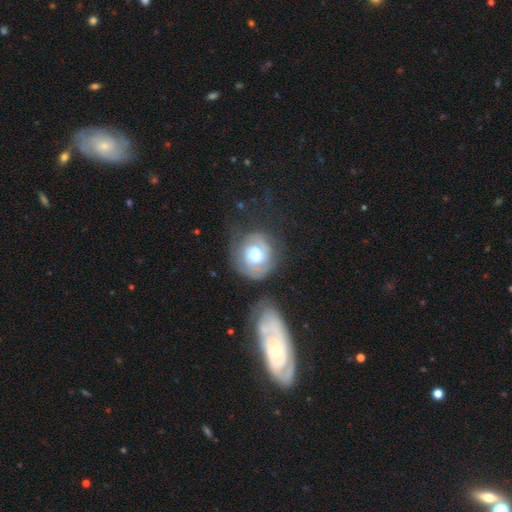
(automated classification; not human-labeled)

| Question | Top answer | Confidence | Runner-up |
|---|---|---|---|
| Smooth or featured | featured or disk | 61% | smooth (32%) |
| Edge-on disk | no | 97% | yes (3%) |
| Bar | no | 78% | weak (18%) |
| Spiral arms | yes | 76% | no (24%) |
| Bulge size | moderate | 58% | large (34%) |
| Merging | none | 58% | minor disturbance (20%) |